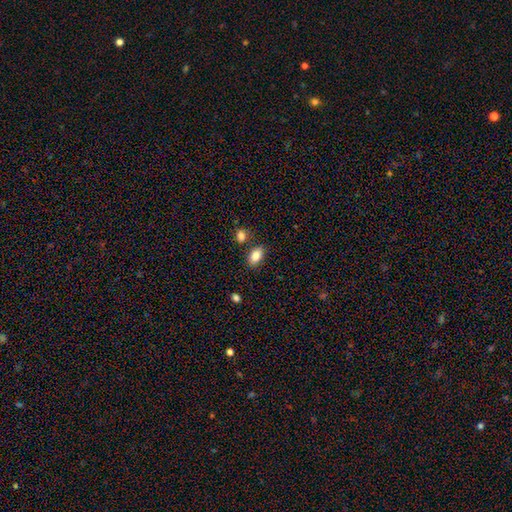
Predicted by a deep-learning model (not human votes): smooth 86%, star or artifact 8%, featured or disk 6%. Down the decision tree: how rounded — in between (89%); merging — none (76%).